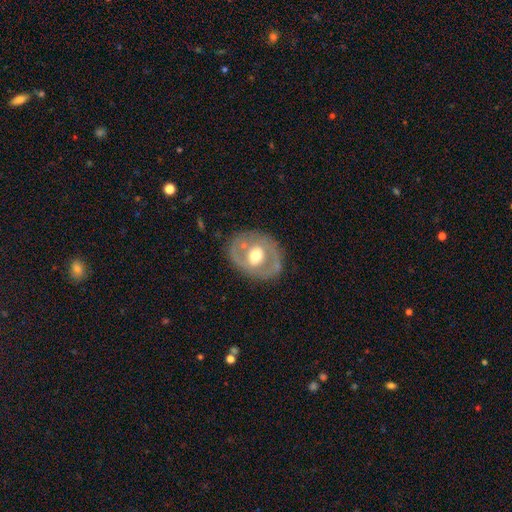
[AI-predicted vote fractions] featured or disk 63%, smooth 32%, star or artifact 6%. Down the decision tree: edge-on disk — no (94%); bar — no (53%); spiral arms — no (66%); bulge size — moderate (70%); merging — none (79%).